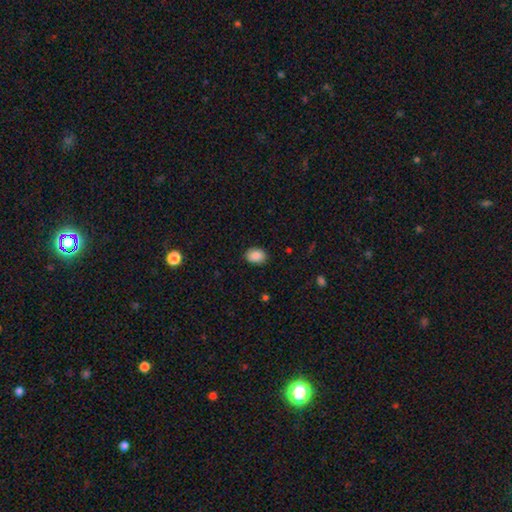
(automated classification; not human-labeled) Smooth or featured? Predicted: smooth (p=0.89). How rounded? Predicted: in between (p=0.71). Merging? Predicted: none (p=0.87).